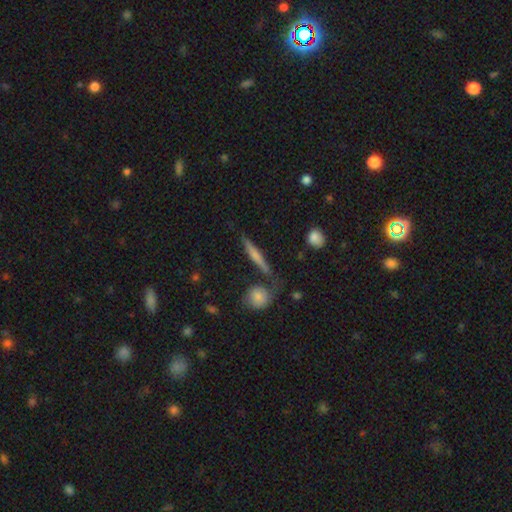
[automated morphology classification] Smooth or featured? featured or disk (49%)
Merging? none (75%)